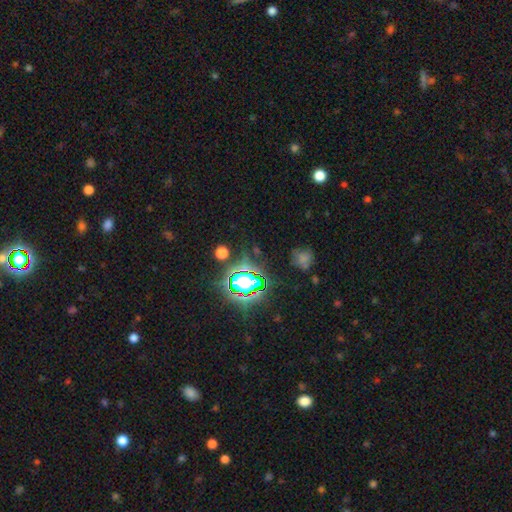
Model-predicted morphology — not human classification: Overall: star or artifact (79%).